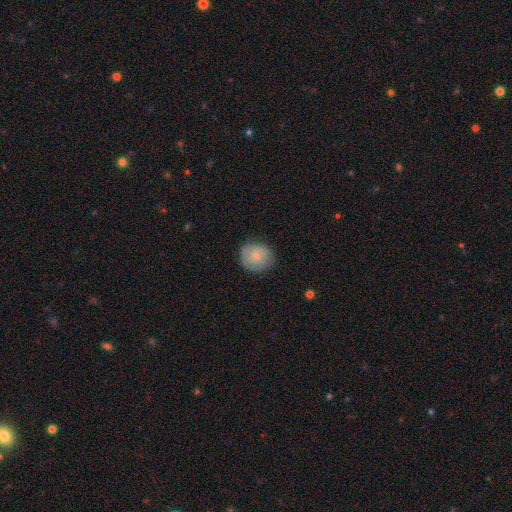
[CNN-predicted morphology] Overall: smooth (64%; featured or disk 29%). How rounded: round (85%). Merging: none (79%).